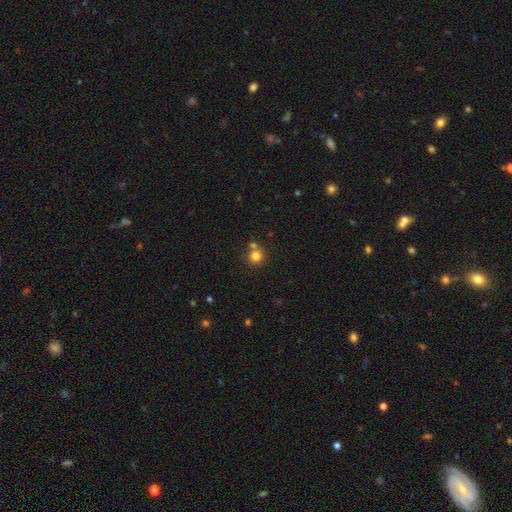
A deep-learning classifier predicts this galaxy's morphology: smooth-or-featured: smooth: 79% | star or artifact: 14% | featured or disk: 7%
  how-rounded: round: 92% | in between: 8% | cigar-shaped: 1%
  merging: none: 68% | merger: 22% | minor disturbance: 7% | major disturbance: 3%